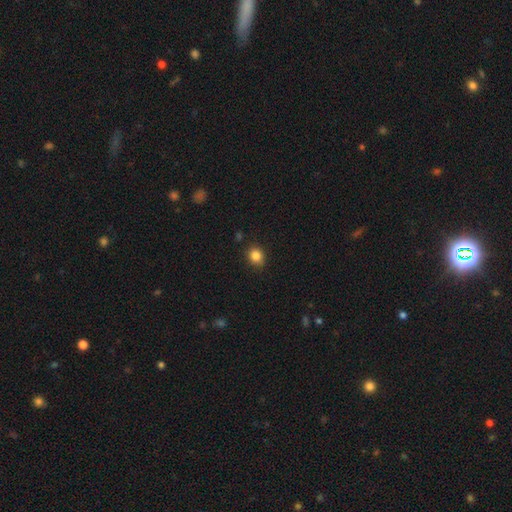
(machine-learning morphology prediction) smooth_or_featured: smooth (p=0.85) [alt: star or artifact p=0.11]
how_rounded: round (p=0.70) [alt: in between p=0.29]
merging: none (p=0.86) [alt: minor disturbance p=0.10]